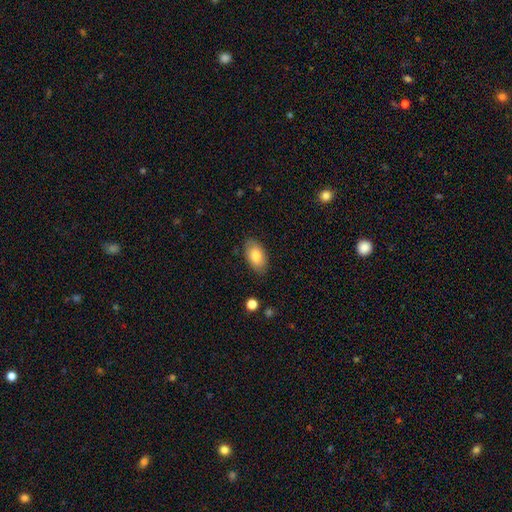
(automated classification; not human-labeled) A smooth galaxy with no disk features (81%) that is in between round and cigar-shaped (93%).

Vote fractions:
- Smooth or featured? smooth: 81% / featured or disk: 13% / star or artifact: 7%
- How rounded? in between: 93% / round: 5% / cigar-shaped: 2%
- Merging? none: 82% / minor disturbance: 13% / major disturbance: 3% / merger: 1%